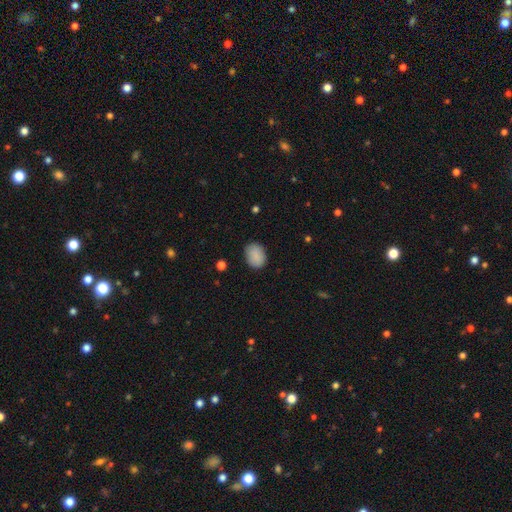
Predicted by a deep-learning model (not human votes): Overall: smooth (89%). How rounded: in between (65%; round 34%). Merging: none (84%).